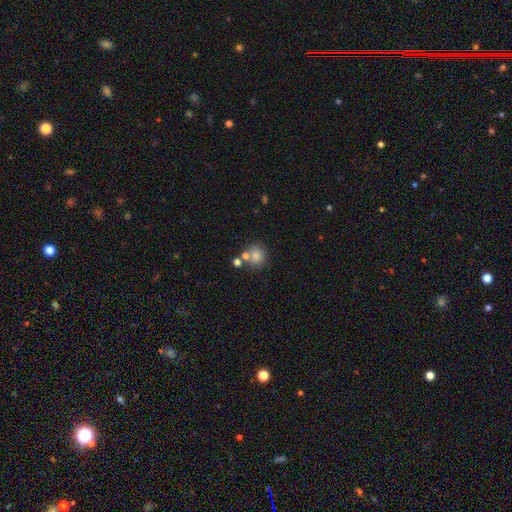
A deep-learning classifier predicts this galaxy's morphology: The model was most divided on "merging": none: 64%, merger: 22%, minor disturbance: 10%, major disturbance: 4%. More confident: how rounded — round (87%); smooth or featured — smooth (77%).